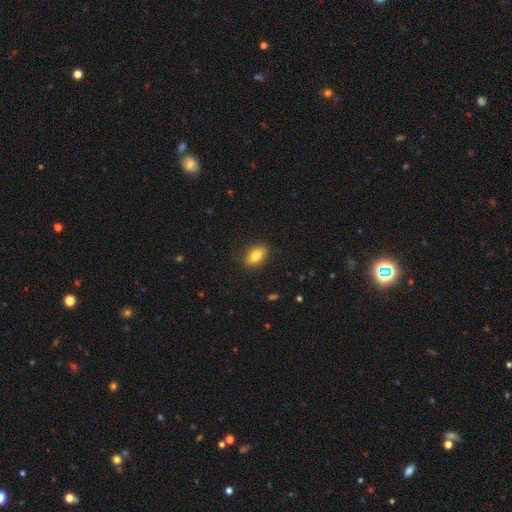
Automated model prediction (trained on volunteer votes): Morphology: type=smooth (83%); roundness=in between (87%); merging=none (88%).